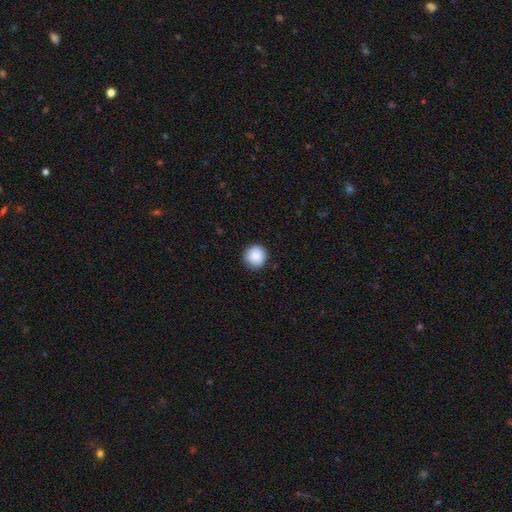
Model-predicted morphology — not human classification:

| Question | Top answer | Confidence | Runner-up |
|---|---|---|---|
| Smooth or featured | smooth | 87% | star or artifact (7%) |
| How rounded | round | 94% | in between (5%) |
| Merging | none | 87% | minor disturbance (10%) |